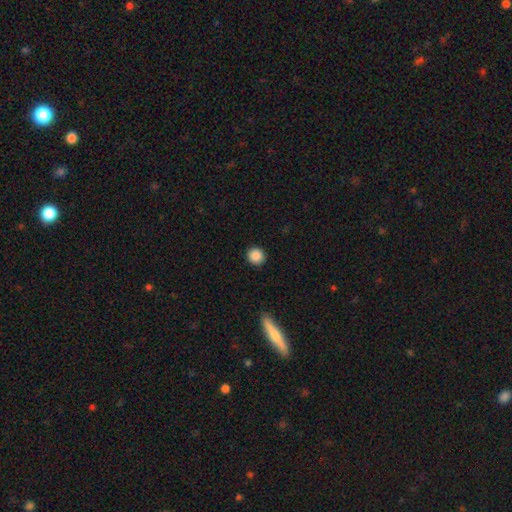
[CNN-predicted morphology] Smooth or featured? Predicted: smooth (p=0.88). How rounded? Predicted: round (p=0.91). Merging? Predicted: none (p=0.91).